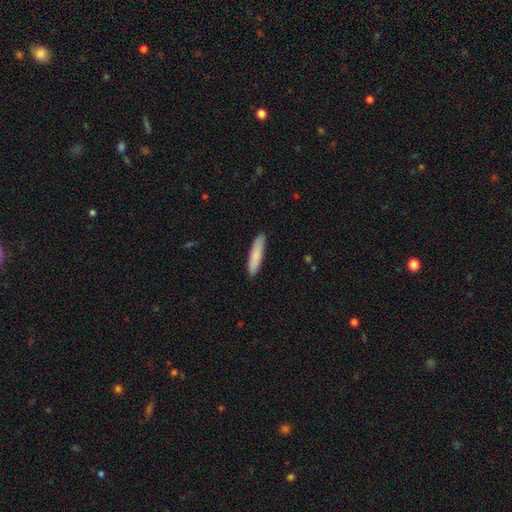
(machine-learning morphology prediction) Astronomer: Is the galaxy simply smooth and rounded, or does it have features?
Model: smooth — 85%.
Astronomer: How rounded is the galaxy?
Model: cigar-shaped — 83%.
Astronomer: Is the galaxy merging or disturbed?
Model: none — 90%.